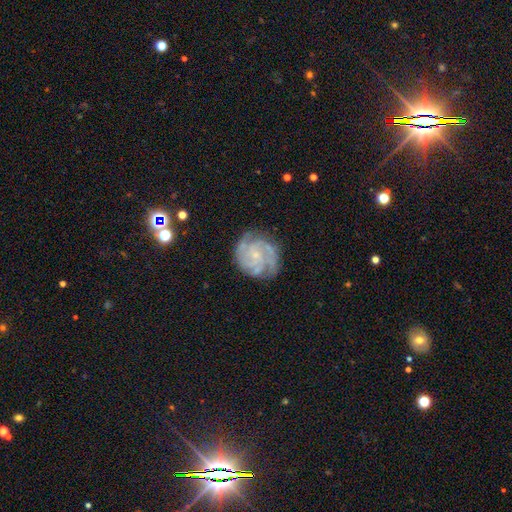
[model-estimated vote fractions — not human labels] Morphology: type=featured or disk (87%); edge-on=no (98%); bar=no (70%); spiral arms=yes (97%); winding=tight (62%); arm count=3 (38%); bulge=small (77%); merging=none (76%).